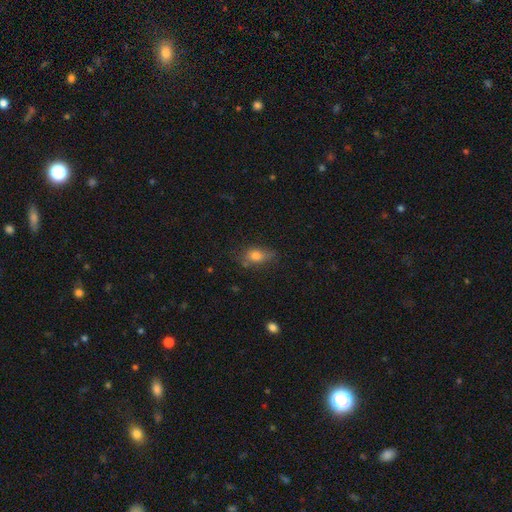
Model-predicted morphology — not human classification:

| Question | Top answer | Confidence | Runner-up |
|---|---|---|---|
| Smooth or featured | smooth | 74% | featured or disk (15%) |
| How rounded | in between | 76% | round (16%) |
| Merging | none | 60% | minor disturbance (27%) |